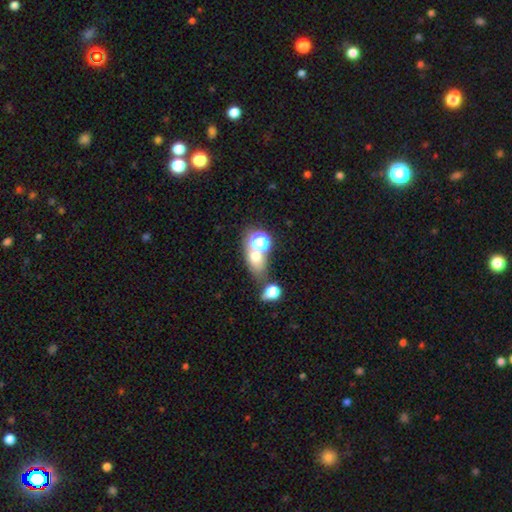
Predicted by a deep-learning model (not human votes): A smooth galaxy with no disk features (59%) that is in between round and cigar-shaped (56%). Merging: none (49%).